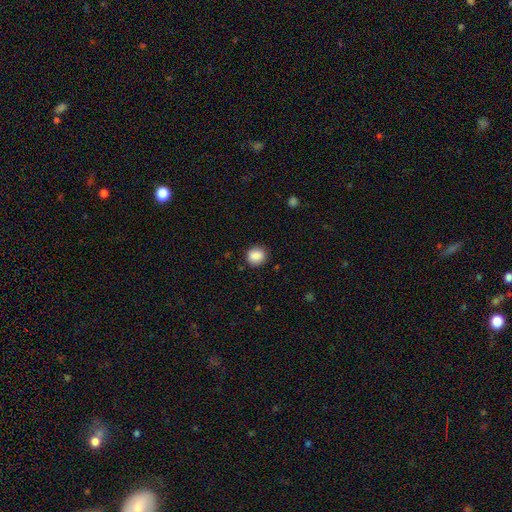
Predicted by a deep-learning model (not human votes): Smooth or featured? Predicted: smooth (p=0.88). How rounded? Predicted: round (p=0.79). Merging? Predicted: none (p=0.85).